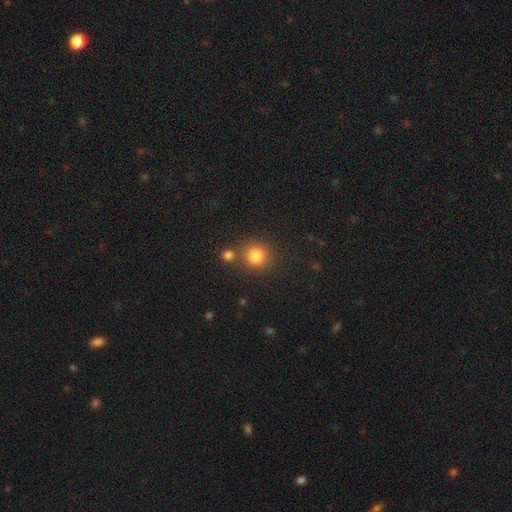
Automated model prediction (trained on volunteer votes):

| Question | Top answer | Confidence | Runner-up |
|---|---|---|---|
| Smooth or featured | smooth | 82% | star or artifact (13%) |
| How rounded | round | 91% | in between (8%) |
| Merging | none | 73% | merger (16%) |